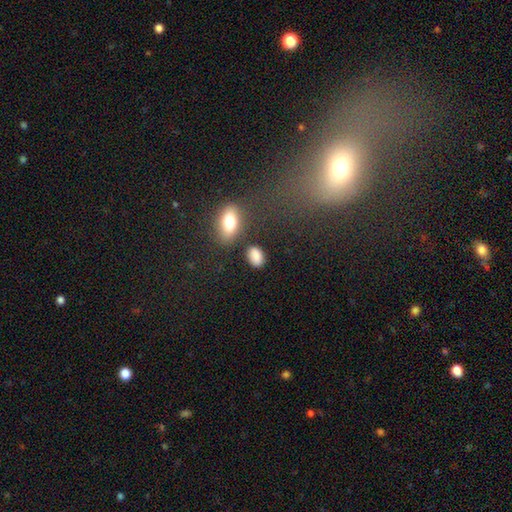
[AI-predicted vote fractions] This is clearly a smooth galaxy (86%). How rounded: clearly in between (85%). Merging: likely none (77%).